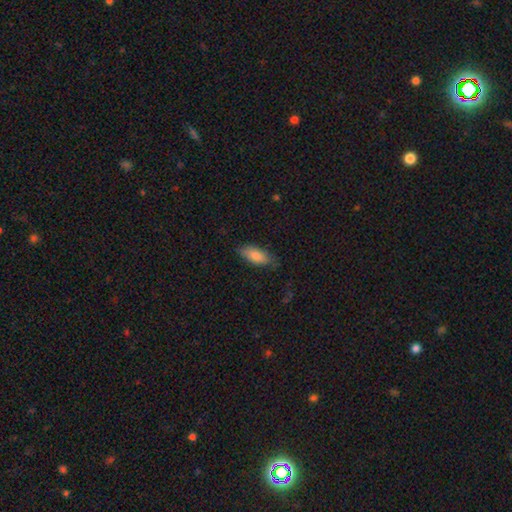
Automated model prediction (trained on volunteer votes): This is clearly a smooth galaxy (82%). How rounded: clearly in between (81%). Merging: likely none (77%).